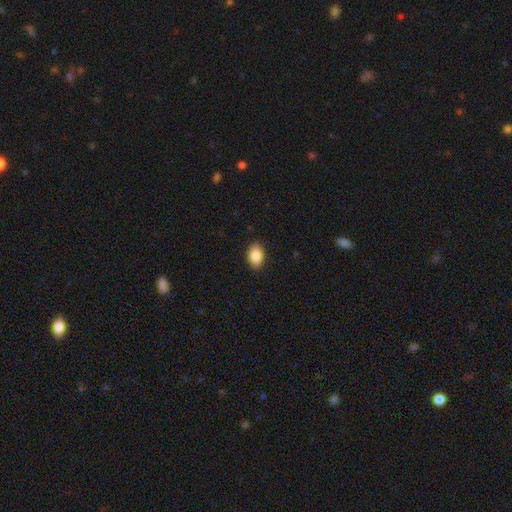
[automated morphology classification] A smooth galaxy with no disk features (87%) that is in between round and cigar-shaped (86%).

Vote fractions:
- Smooth or featured? smooth: 87% / star or artifact: 7% / featured or disk: 6%
- How rounded? in between: 86% / round: 13% / cigar-shaped: 1%
- Merging? none: 89% / minor disturbance: 8% / major disturbance: 2% / merger: 1%